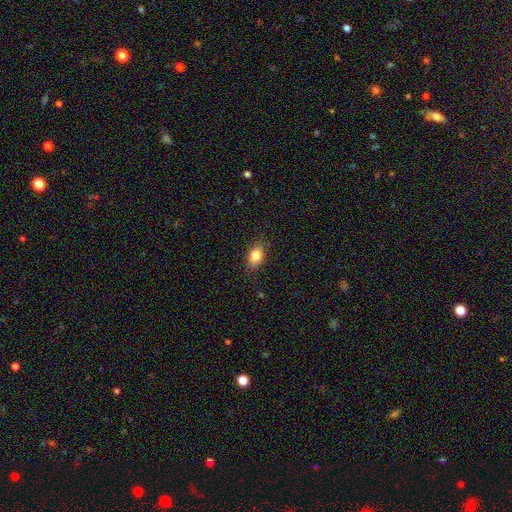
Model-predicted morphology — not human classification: A smooth galaxy with no disk features (82%) that is in between round and cigar-shaped (74%). Merging: none (82%).